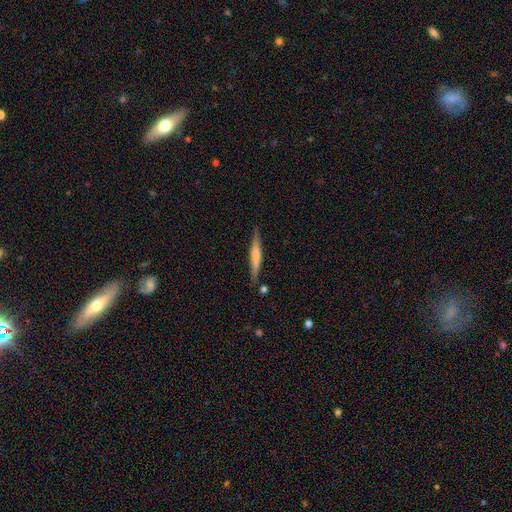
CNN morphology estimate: Smooth or featured? smooth (52%)
How rounded? cigar-shaped (93%)
Merging? none (85%)